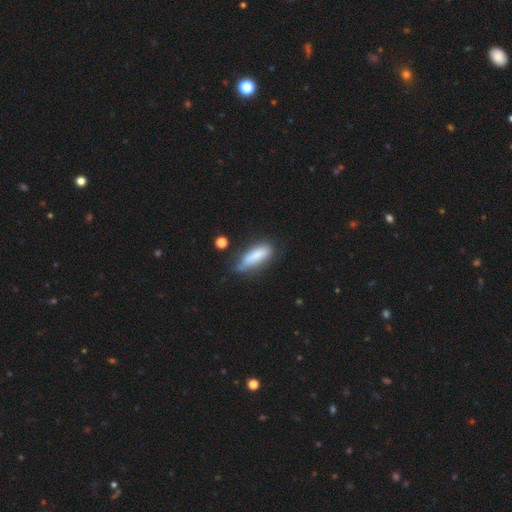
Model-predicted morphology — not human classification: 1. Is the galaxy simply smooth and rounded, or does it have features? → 78% smooth, 16% featured or disk, 7% star or artifact.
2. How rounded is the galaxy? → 51% in between, 47% cigar-shaped, 2% round.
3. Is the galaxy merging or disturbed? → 55% none, 30% minor disturbance, 10% major disturbance, 5% merger.